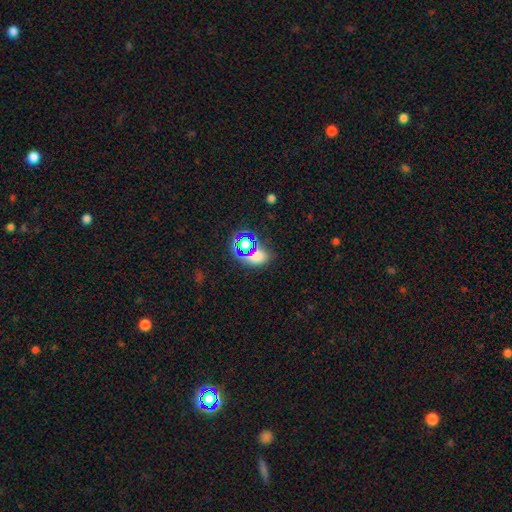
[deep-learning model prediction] Overall: smooth (57%; star or artifact 34%). How rounded: in between (54%; round 44%). Merging: none (64%).